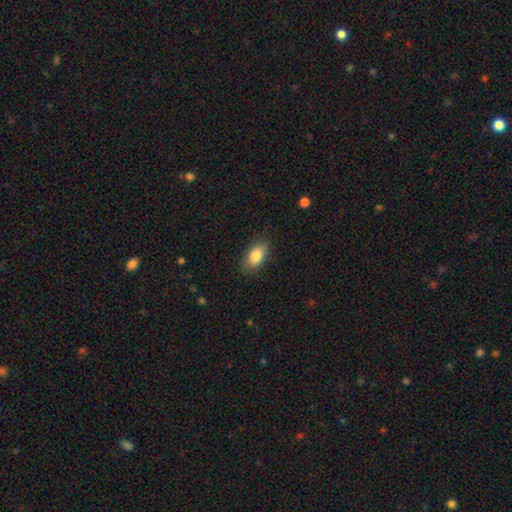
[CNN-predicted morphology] A smooth galaxy with no disk features (84%) that is in between round and cigar-shaped (91%). Merging: none (84%).